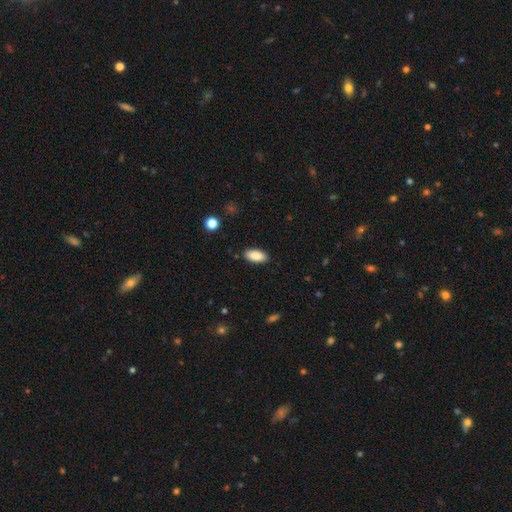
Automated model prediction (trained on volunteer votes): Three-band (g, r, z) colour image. It shows a smooth galaxy with no disk features (87%) that is in between round and cigar-shaped (91%). Merging: none (88%).